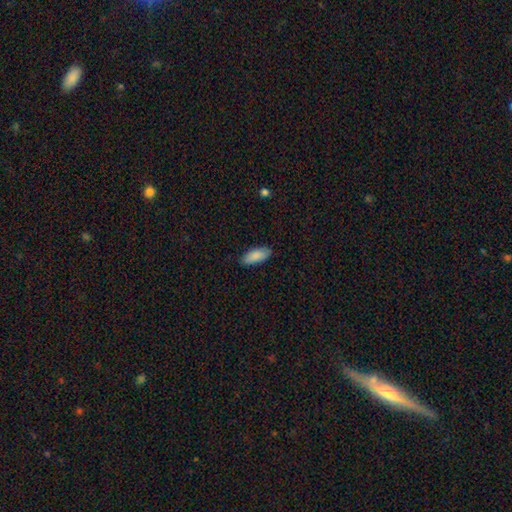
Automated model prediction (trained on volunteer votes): smooth-or-featured: smooth: 87% | featured or disk: 7% | star or artifact: 6%
  how-rounded: in between: 82% | cigar-shaped: 17% | round: 2%
  merging: none: 86% | minor disturbance: 11% | major disturbance: 2% | merger: 1%